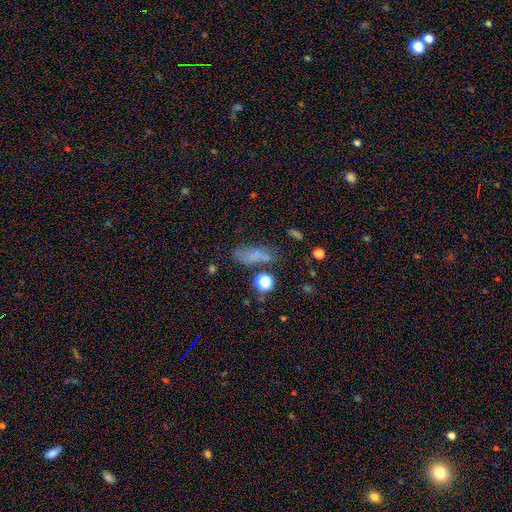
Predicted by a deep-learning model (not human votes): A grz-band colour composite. It shows a smooth galaxy with no disk features (60%) that is in between round and cigar-shaped (68%). Merging: none (51%).